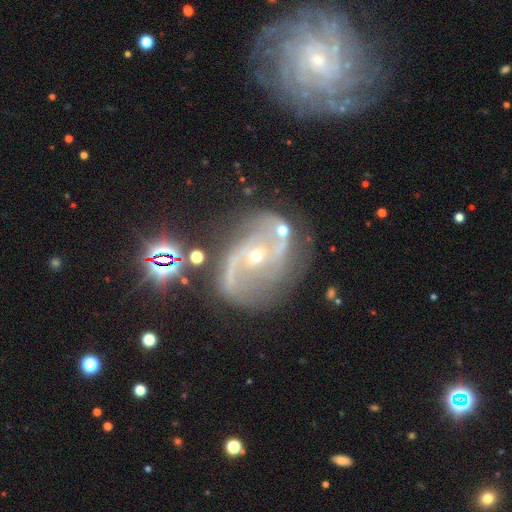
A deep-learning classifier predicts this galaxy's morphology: Smooth or featured? Predicted: featured or disk (p=0.86). Edge-on disk? Predicted: no (p=0.97). Bar? Predicted: no (p=0.52). Spiral arms? Predicted: yes (p=0.96). Spiral winding? Predicted: medium (p=0.47). Spiral arm count? Predicted: 2 (p=0.83). Bulge size? Predicted: small (p=0.72). Merging? Predicted: none (p=0.57).